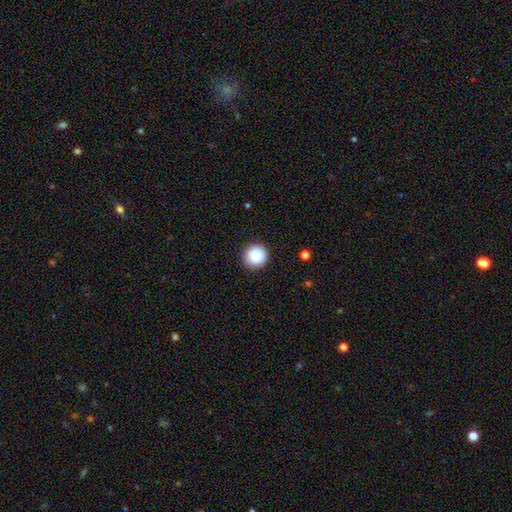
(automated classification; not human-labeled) smooth_or_featured: smooth (p=0.88) [alt: star or artifact p=0.08]
how_rounded: round (p=0.96) [alt: in between p=0.03]
merging: none (p=0.92) [alt: minor disturbance p=0.06]